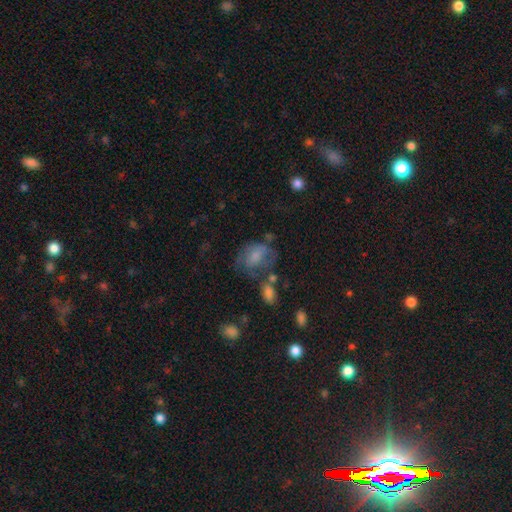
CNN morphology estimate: Smooth or featured: smooth — 57% (featured or disk — 32%)
How rounded: in between — 68% (round — 30%)
Merging: none — 34% (major disturbance — 29%)